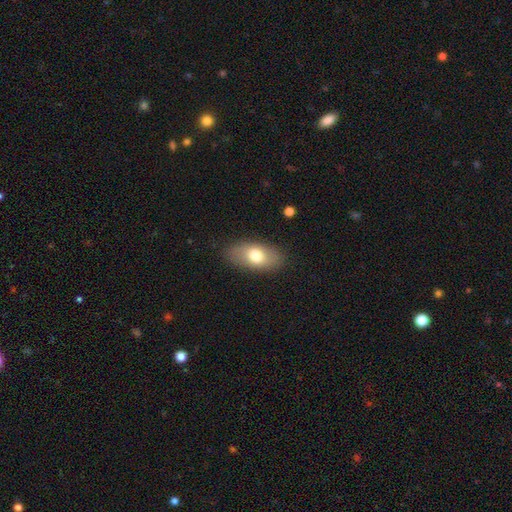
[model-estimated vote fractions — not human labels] Morphology: type=smooth (74%); roundness=in between (90%); merging=none (85%).